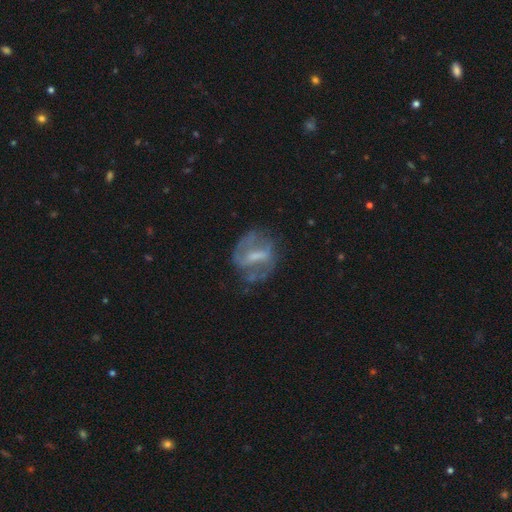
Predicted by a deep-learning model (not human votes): featured or disk 73%, smooth 19%, star or artifact 8%. Down the decision tree: edge-on disk — no (95%); bar — strong (46%); spiral arms — yes (65%); bulge size — small (34%); merging — none (56%).